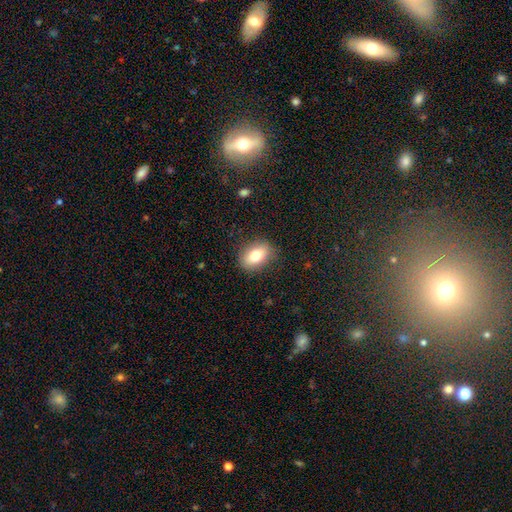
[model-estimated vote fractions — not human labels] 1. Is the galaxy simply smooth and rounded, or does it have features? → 77% smooth, 15% featured or disk, 8% star or artifact.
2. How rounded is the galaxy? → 77% in between, 20% round, 2% cigar-shaped.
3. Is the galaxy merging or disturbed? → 86% none, 10% minor disturbance, 3% major disturbance, 1% merger.